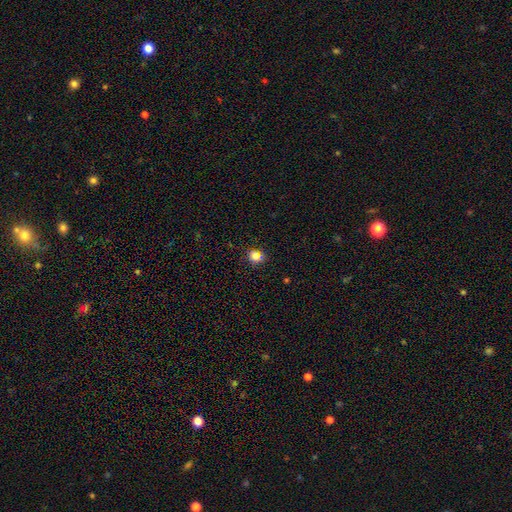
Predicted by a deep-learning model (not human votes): smooth 74%, star or artifact 20%, featured or disk 7%. Down the decision tree: how rounded — round (82%); merging — none (76%).